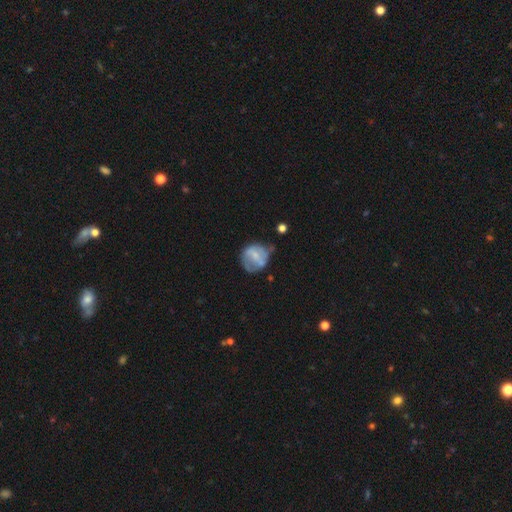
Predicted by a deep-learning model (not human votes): Morphology: type=featured or disk (46%, tied with smooth); merging=none (44%).